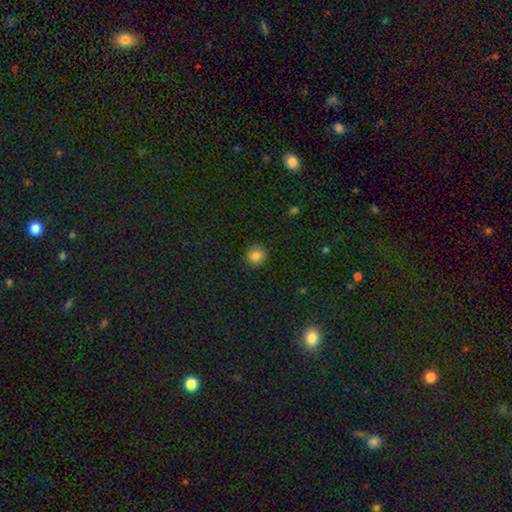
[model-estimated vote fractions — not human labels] The model was most divided on "smooth or featured": smooth: 84%, star or artifact: 10%, featured or disk: 5%. More confident: merging — none (91%); how rounded — round (87%).